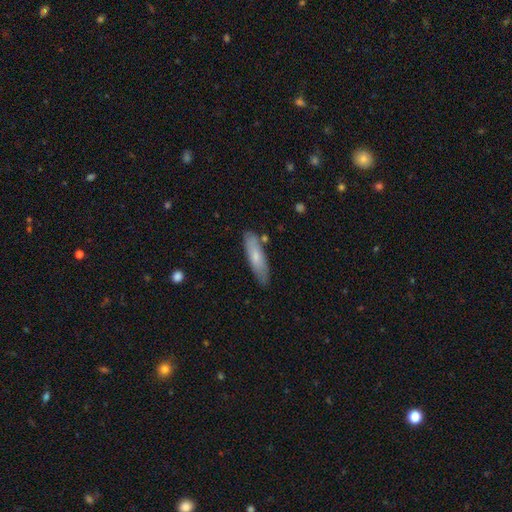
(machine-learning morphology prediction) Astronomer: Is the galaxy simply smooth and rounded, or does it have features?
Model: smooth — 69%.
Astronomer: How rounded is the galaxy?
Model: cigar-shaped — 68%.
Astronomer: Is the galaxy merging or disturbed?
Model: none — 79%.